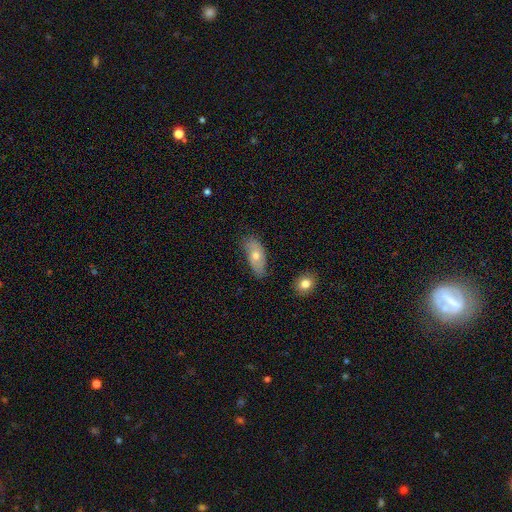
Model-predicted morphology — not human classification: A smooth galaxy with no disk features (49%). Merging: none (69%).